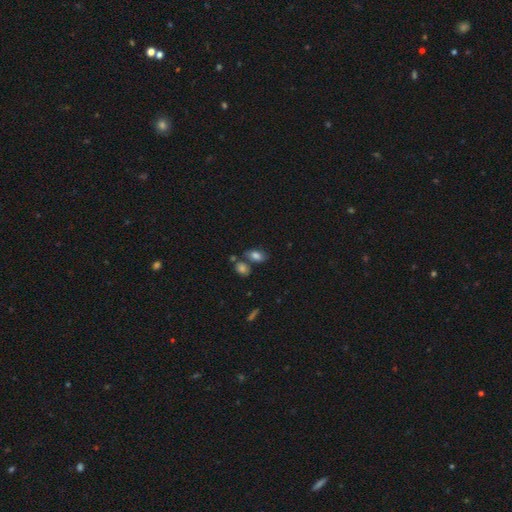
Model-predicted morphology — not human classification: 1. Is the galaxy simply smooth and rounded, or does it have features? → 78% smooth, 11% featured or disk, 10% star or artifact.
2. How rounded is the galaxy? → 86% in between, 11% round, 3% cigar-shaped.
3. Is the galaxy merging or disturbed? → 57% none, 21% merger, 16% minor disturbance, 5% major disturbance.